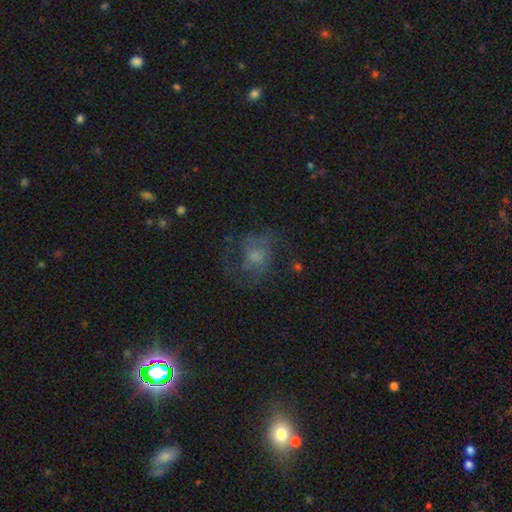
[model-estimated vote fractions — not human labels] The model was most divided on "smooth or featured": featured or disk: 49%, smooth: 30%, star or artifact: 21%. More confident: merging — none (57%).